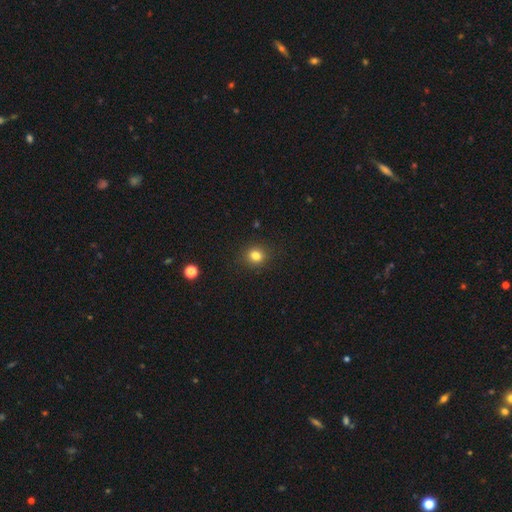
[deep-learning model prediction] Q: Smooth or featured?
A: smooth (82%); runner-up: star or artifact (13%)
Q: How rounded?
A: round (84%); runner-up: in between (15%)
Q: Merging?
A: none (91%); runner-up: minor disturbance (6%)